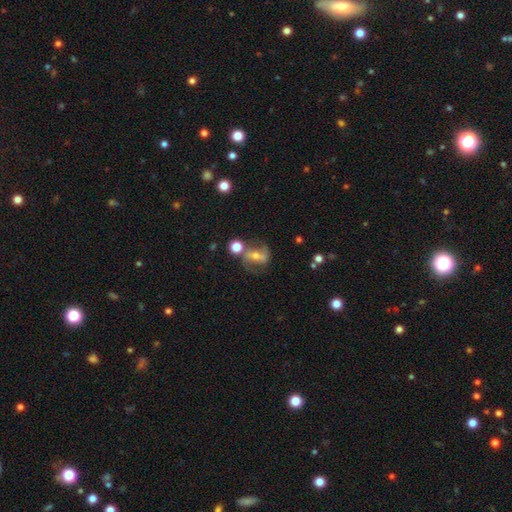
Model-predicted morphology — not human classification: featured or disk 68%, smooth 20%, star or artifact 11%. Down the decision tree: edge-on disk — no (95%); bar — strong (45%); spiral arms — yes (86%); spiral arm count — 2 (85%); spiral winding — medium (46%); bulge size — moderate (46%); merging — none (58%).